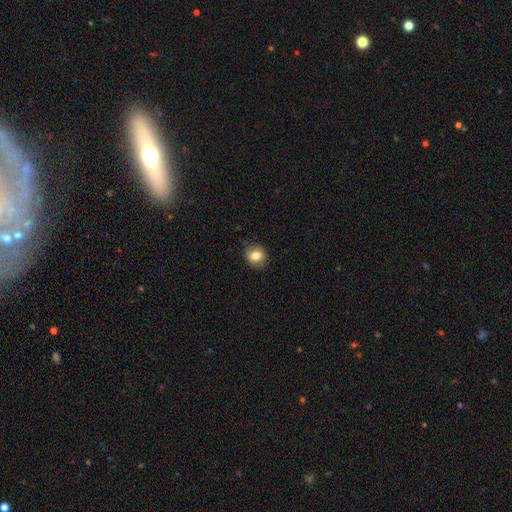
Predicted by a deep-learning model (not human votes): smooth_or_featured: smooth (p=0.82) [alt: star or artifact p=0.10]
how_rounded: round (p=0.80) [alt: in between p=0.19]
merging: none (p=0.85) [alt: minor disturbance p=0.11]